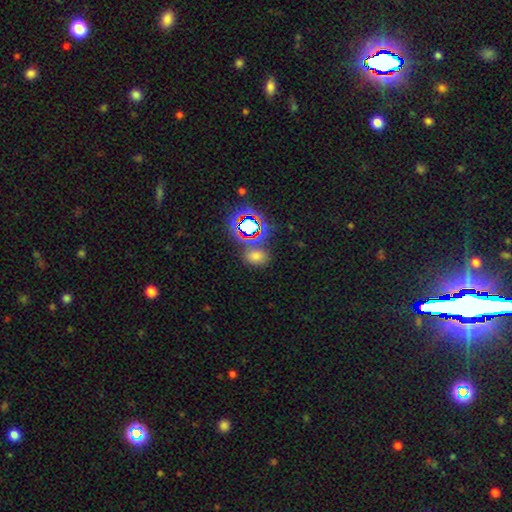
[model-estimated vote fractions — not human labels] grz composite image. It shows a smooth galaxy with no disk features (60%) that is in between round and cigar-shaped (64%). Merging: none (71%).